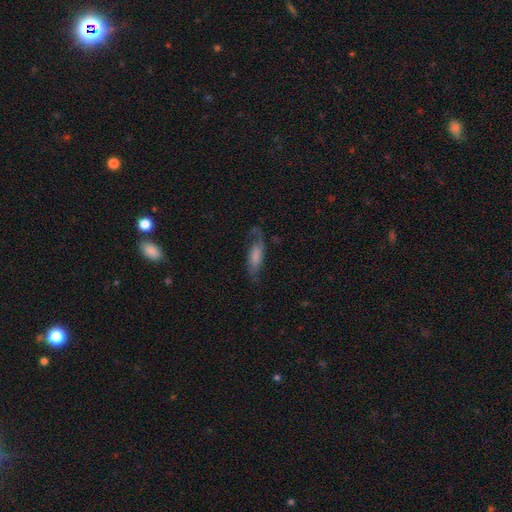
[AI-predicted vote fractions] The model was most divided on "smooth or featured": featured or disk: 52%, smooth: 40%, star or artifact: 8%. More confident: edge-on disk — no (82%); merging — none (55%).